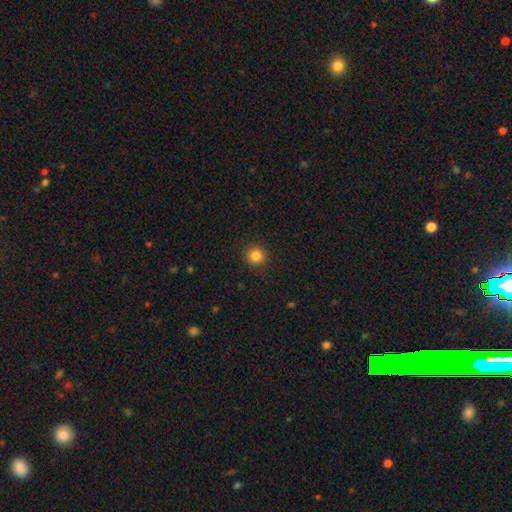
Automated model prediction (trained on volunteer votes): smooth_or_featured: smooth (p=0.84) [alt: star or artifact p=0.12]
how_rounded: round (p=0.93) [alt: in between p=0.06]
merging: none (p=0.92) [alt: minor disturbance p=0.05]